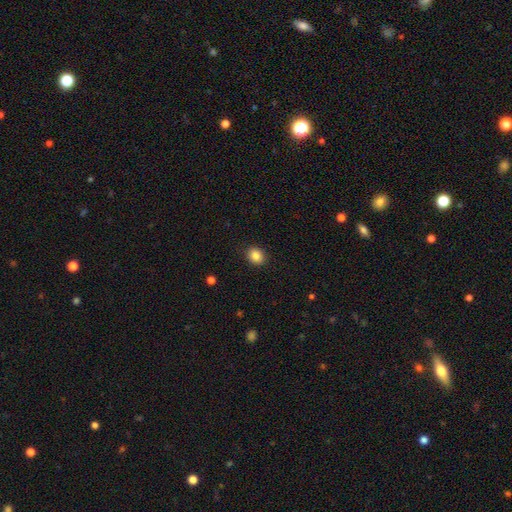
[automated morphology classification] The model was most divided on "how rounded": round: 70%, in between: 29%, cigar-shaped: 1%. More confident: merging — none (90%); smooth or featured — smooth (85%).